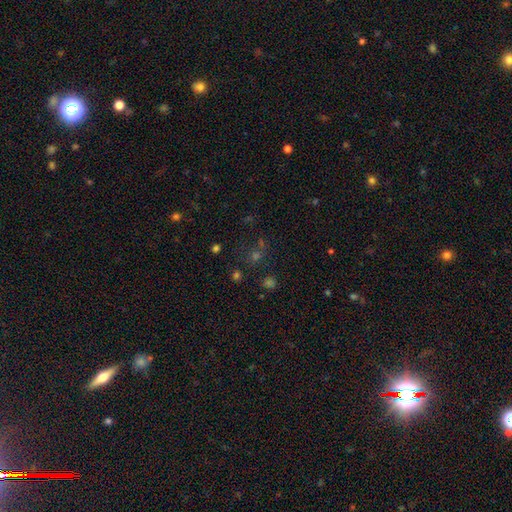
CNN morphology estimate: Overall: star or artifact (52%; smooth 38%).